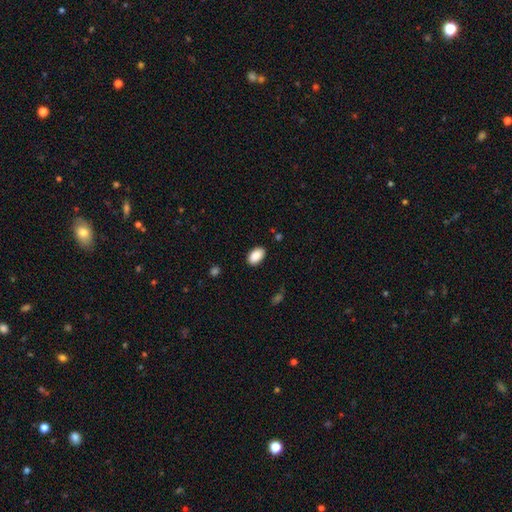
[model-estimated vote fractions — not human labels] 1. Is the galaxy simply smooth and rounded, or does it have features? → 90% smooth, 7% star or artifact, 3% featured or disk.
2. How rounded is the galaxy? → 93% in between, 5% round, 1% cigar-shaped.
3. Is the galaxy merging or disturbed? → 86% none, 10% minor disturbance, 2% major disturbance, 1% merger.